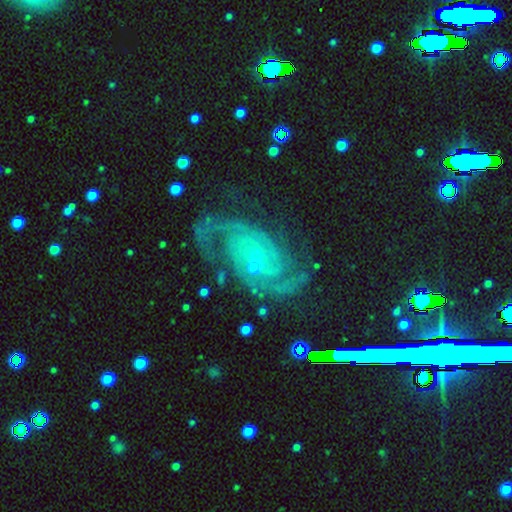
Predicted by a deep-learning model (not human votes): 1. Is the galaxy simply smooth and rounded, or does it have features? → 87% featured or disk, 8% star or artifact, 5% smooth.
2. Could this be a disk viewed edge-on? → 97% no, 3% yes.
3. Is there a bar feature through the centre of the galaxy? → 64% no, 28% weak, 8% strong.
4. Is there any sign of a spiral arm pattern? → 98% yes, 2% no.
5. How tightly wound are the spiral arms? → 47% tight, 42% medium, 10% loose.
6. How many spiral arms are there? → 56% 2, 14% can't tell, 13% 3, 7% 4, 5% 1, 5% more than 4.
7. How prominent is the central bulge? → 80% small, 13% moderate, 5% none, 1% large, 1% dominant.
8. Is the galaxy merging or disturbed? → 73% none, 16% minor disturbance, 9% major disturbance, 2% merger.